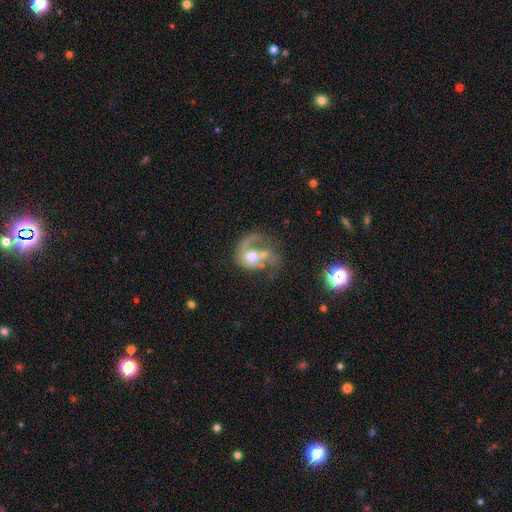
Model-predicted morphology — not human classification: This is likely a featured or disk galaxy (70%). It is clearly not viewed edge-on (97%). Bar: likely no (69%). Spiral arm pattern: clearly yes (80%). Spiral arm count: likely 1 (61%). Spiral winding: possibly loose (49%). Central bulge: likely moderate (66%). Merging: marginally merger (41%).